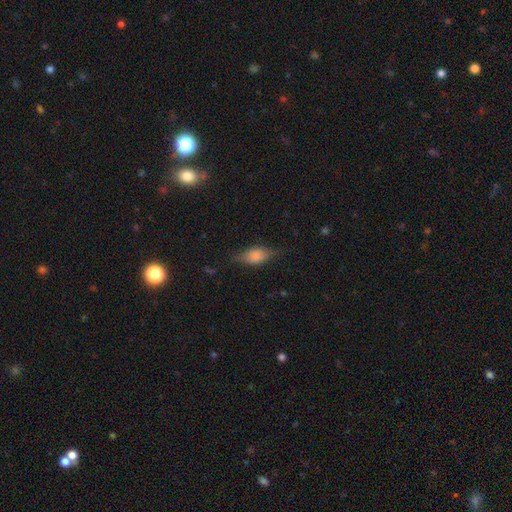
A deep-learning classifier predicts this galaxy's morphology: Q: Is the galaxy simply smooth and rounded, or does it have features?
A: smooth — 69%.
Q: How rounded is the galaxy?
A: in between — 81%.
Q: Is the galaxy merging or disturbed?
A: none — 67%.